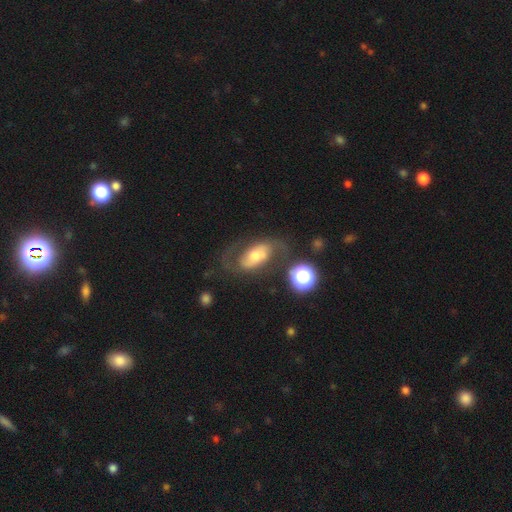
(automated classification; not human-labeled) This appears to be a featured or disk galaxy (63%) with no bar (54%), spiral arms (75%) and a moderate central bulge (61%). Merging: none (54%).